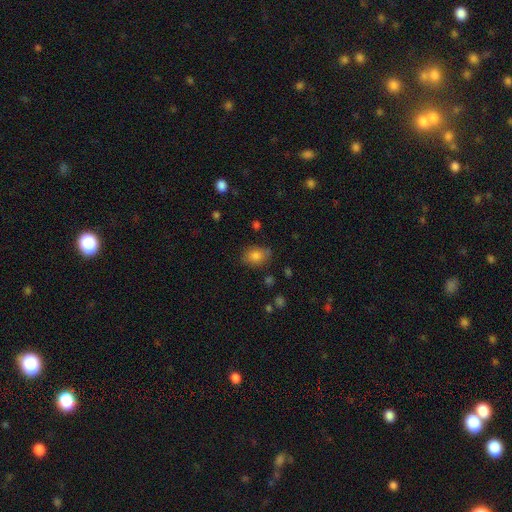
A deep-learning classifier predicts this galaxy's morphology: Smooth or featured? Predicted: smooth (p=0.81). How rounded? Predicted: in between (p=0.72). Merging? Predicted: none (p=0.77).